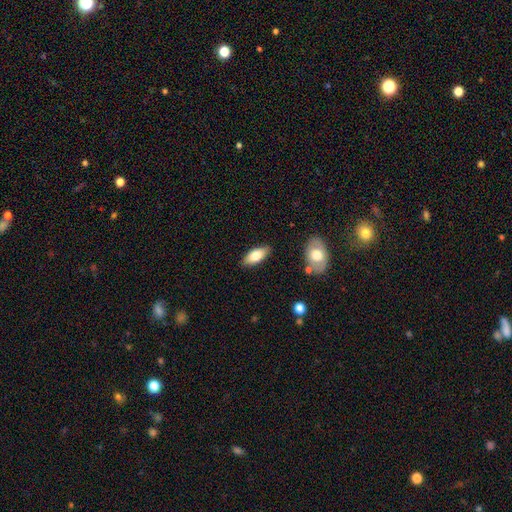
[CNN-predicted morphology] A smooth galaxy with no disk features (73%) that is in between round and cigar-shaped (81%).

Vote fractions:
- Smooth or featured? smooth: 73% / featured or disk: 21% / star or artifact: 6%
- How rounded? in between: 81% / cigar-shaped: 16% / round: 2%
- Merging? none: 85% / minor disturbance: 11% / major disturbance: 2% / merger: 2%